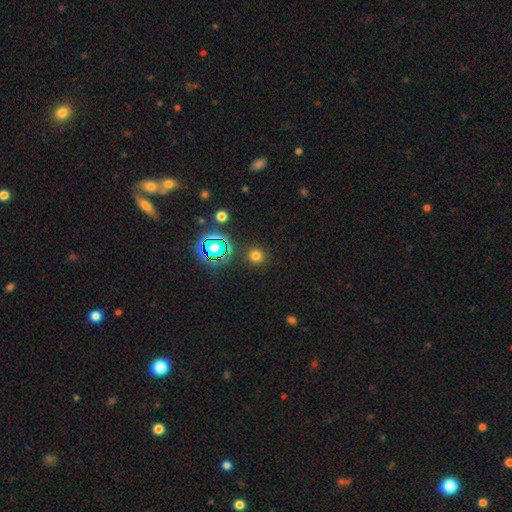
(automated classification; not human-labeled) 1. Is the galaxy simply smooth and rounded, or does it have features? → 70% smooth, 24% star or artifact, 6% featured or disk.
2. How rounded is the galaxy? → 90% round, 9% in between, 1% cigar-shaped.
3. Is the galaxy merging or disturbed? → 87% none, 7% minor disturbance, 3% major disturbance, 2% merger.